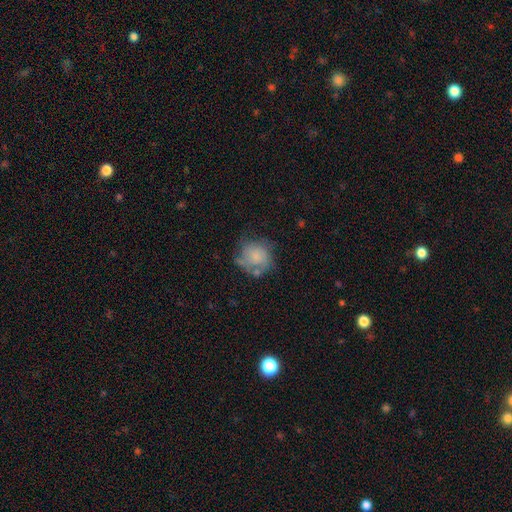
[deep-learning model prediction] This is possibly a smooth galaxy (49%). Merging: possibly none (53%).